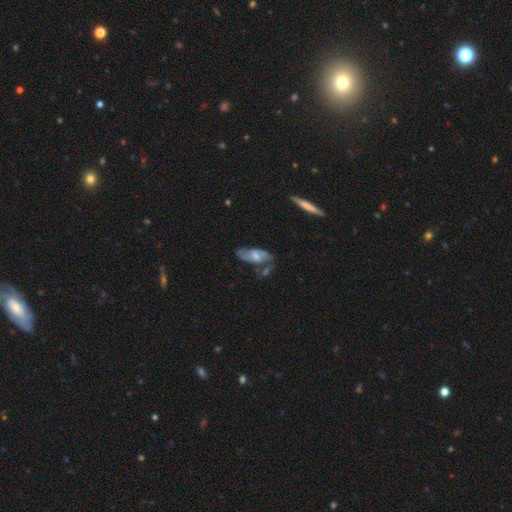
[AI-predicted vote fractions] The model was most divided on "bar": no: 47%, weak: 41%, strong: 11%. Remaining: edge-on disk — no (90%); spiral arms — yes (84%); smooth or featured — featured or disk (65%); merging — none (55%); bulge size — moderate (48%).